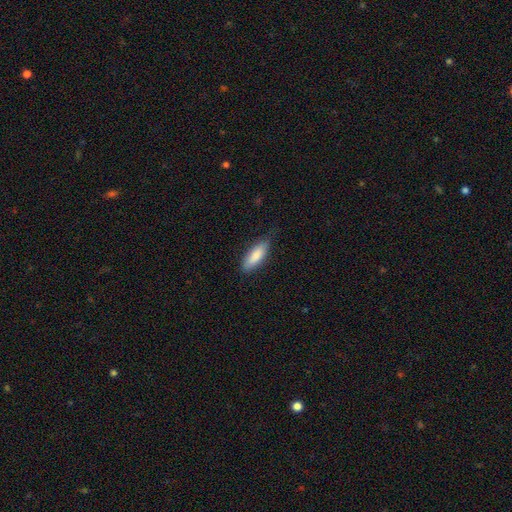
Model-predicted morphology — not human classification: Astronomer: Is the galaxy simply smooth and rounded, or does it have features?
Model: smooth — 84%.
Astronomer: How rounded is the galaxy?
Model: in between — 59% (runner-up: cigar-shaped, 40%).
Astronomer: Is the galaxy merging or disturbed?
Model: none — 74%.